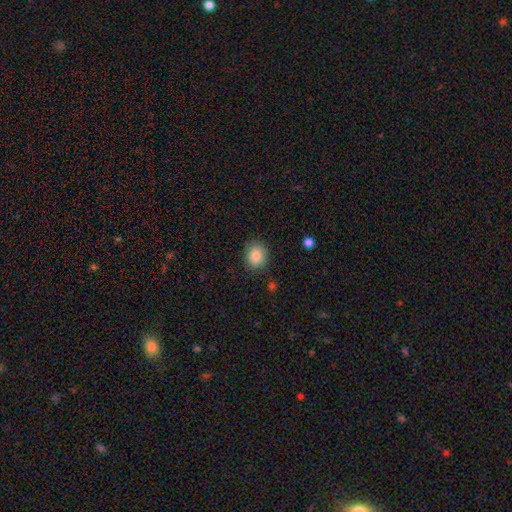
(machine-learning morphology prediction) Smooth or featured?
  - smooth: 86% *
  - star or artifact: 8%
  - featured or disk: 5%
How rounded?
  - round: 66% *
  - in between: 33%
  - cigar-shaped: 1%
Merging?
  - none: 83% *
  - minor disturbance: 12%
  - major disturbance: 3%
  - merger: 1%